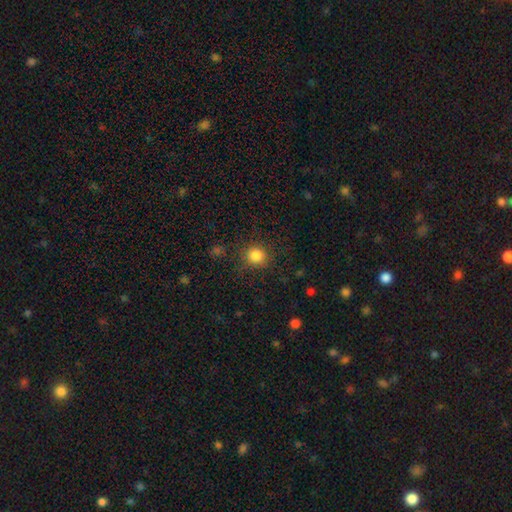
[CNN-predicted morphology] This appears to be a smooth galaxy with no disk features (84%) that is round (89%). Merging: none (83%).